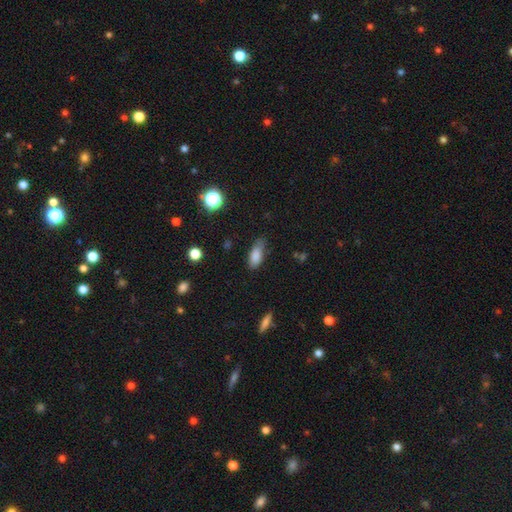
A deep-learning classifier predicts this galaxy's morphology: smooth 83%, star or artifact 8%, featured or disk 8%. Down the decision tree: how rounded — in between (84%); merging — none (60%).